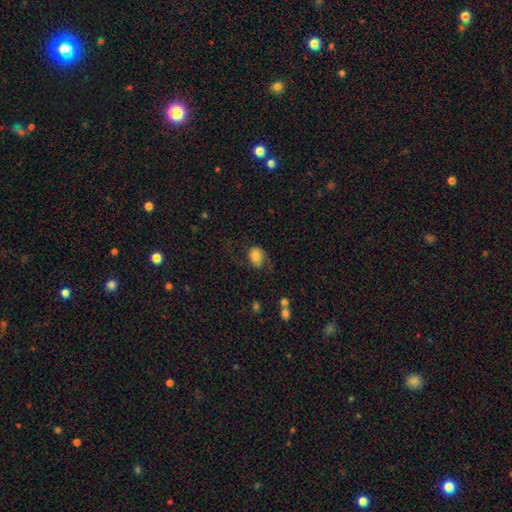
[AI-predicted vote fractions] Smooth or featured? Predicted: smooth (p=0.75). How rounded? Predicted: in between (p=0.63). Merging? Predicted: none (p=0.48).